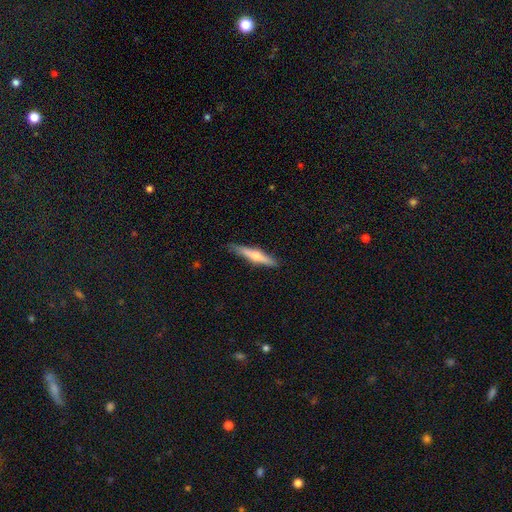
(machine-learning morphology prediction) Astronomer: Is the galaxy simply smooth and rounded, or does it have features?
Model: featured or disk — 53% (runner-up: smooth, 41%).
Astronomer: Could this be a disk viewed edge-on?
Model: yes — 96%.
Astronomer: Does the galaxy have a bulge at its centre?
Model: rounded — 84%.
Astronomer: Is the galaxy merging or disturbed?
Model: none — 86%.